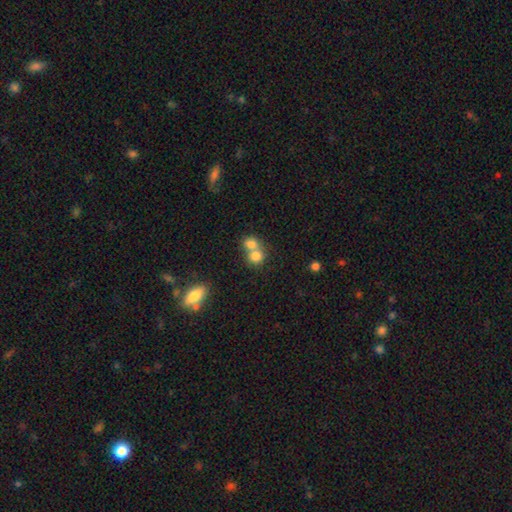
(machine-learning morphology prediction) This appears to be a smooth galaxy with no disk features (78%) that is round (75%). Merging: merger (62%).